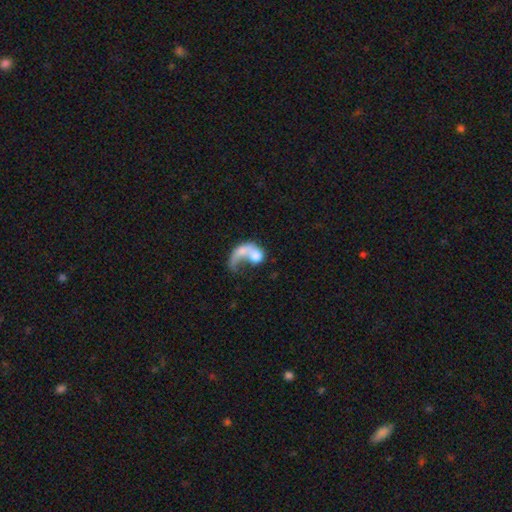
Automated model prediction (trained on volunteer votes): Overall: smooth (46%; featured or disk 45%). Merging: major disturbance (39%; merger 37%).